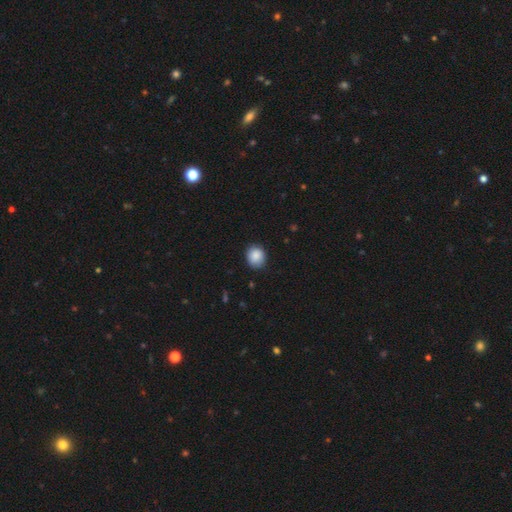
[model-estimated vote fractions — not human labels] Smooth or featured: smooth — 88% (star or artifact — 8%)
How rounded: round — 71% (in between — 28%)
Merging: none — 83% (minor disturbance — 13%)